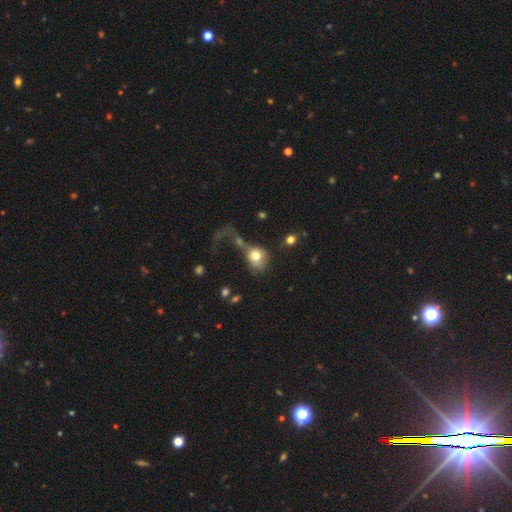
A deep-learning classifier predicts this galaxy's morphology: Q: Smooth or featured?
A: smooth (73%); runner-up: featured or disk (18%)
Q: How rounded?
A: round (68%); runner-up: in between (31%)
Q: Merging?
A: major disturbance (43%); runner-up: merger (23%)